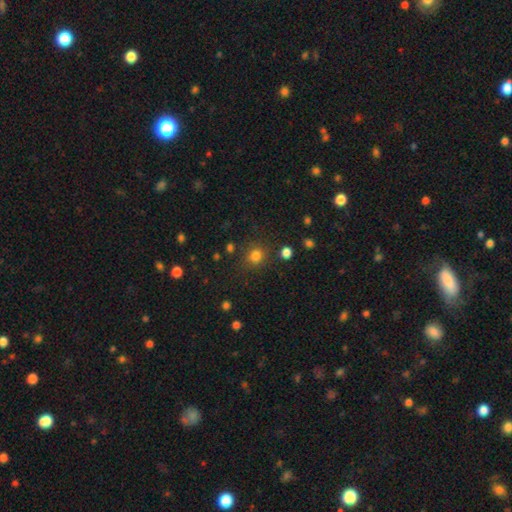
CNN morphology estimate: Smooth or featured?
  - smooth: 80% *
  - star or artifact: 14%
  - featured or disk: 5%
How rounded?
  - round: 79% *
  - in between: 20%
  - cigar-shaped: 1%
Merging?
  - none: 81% *
  - minor disturbance: 11%
  - major disturbance: 4%
  - merger: 4%